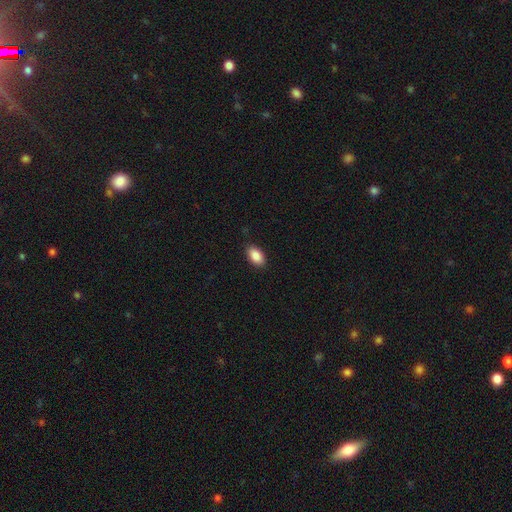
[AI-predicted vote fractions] smooth_or_featured: smooth (p=0.88) [alt: star or artifact p=0.07]
how_rounded: in between (p=0.93) [alt: round p=0.05]
merging: none (p=0.87) [alt: minor disturbance p=0.10]